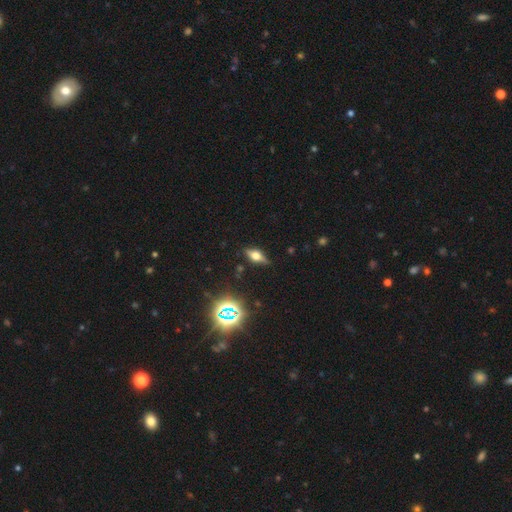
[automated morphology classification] The model was most divided on "smooth or featured": featured or disk: 51%, smooth: 34%, star or artifact: 15%. More confident: edge-on disk — yes (89%); merging — none (81%).